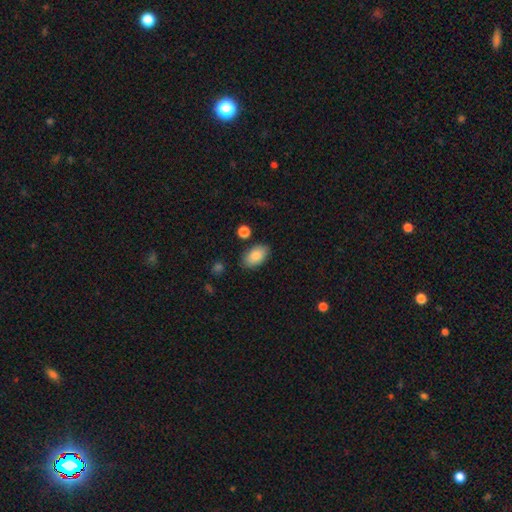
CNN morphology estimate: smooth 85%, featured or disk 8%, star or artifact 7%. Down the decision tree: how rounded — in between (93%); merging — none (82%).